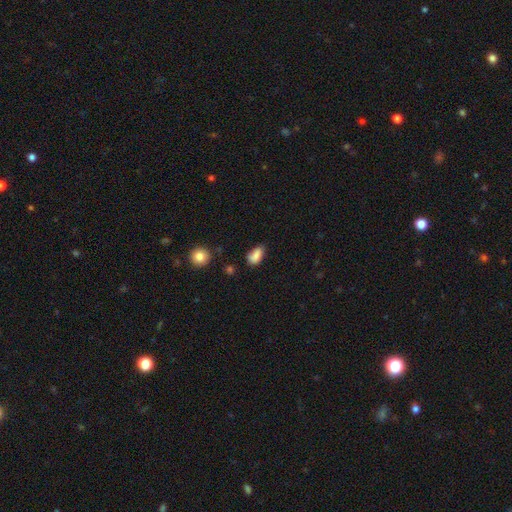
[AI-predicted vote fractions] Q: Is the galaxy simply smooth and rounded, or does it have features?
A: smooth — 84%.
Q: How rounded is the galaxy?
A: in between — 89%.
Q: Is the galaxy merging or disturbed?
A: none — 52%.